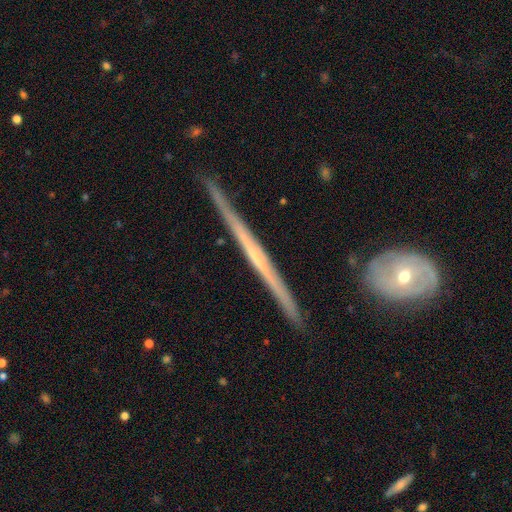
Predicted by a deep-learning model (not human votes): Morphology: type=featured or disk (77%); edge-on=yes (98%); edge-on bulge=none (76%); merging=none (87%).